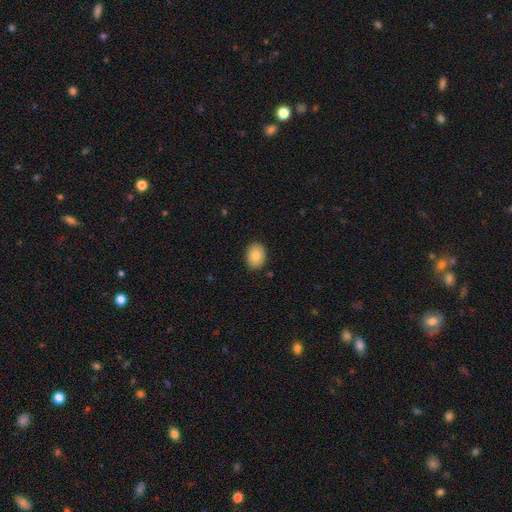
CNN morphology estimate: smooth 84%, featured or disk 9%, star or artifact 8%. Down the decision tree: how rounded — in between (64%); merging — none (89%).